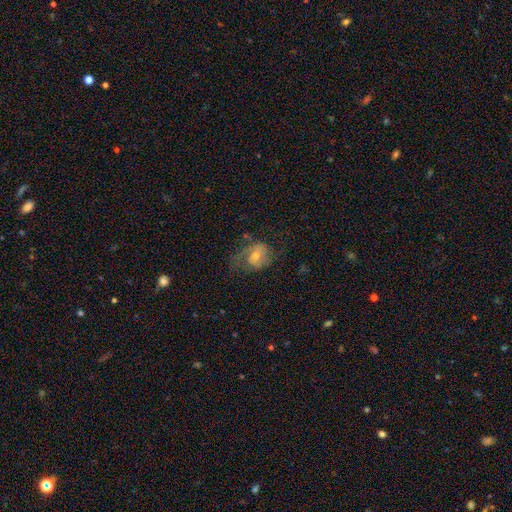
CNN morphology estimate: smooth_or_featured: featured or disk (p=0.58) [alt: smooth p=0.33]
disk_edge_on: no (p=0.96) [alt: yes p=0.04]
bar: no (p=0.57) [alt: weak p=0.33]
has_spiral_arms: yes (p=0.77) [alt: no p=0.23]
bulge_size: moderate (p=0.52) [alt: small p=0.41]
merging: none (p=0.46) [alt: major disturbance p=0.28]